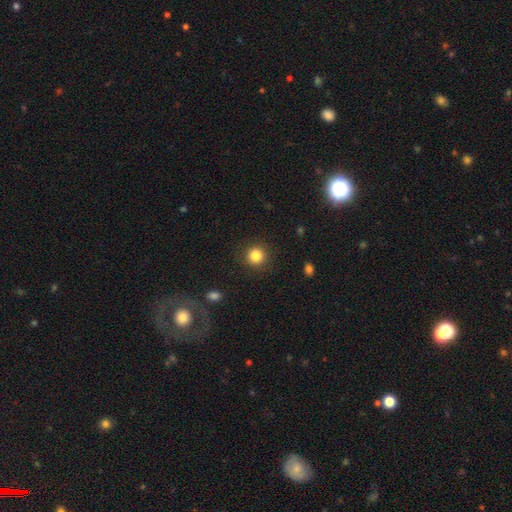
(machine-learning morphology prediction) smooth 84%, star or artifact 11%, featured or disk 5%. Down the decision tree: how rounded — round (93%); merging — none (90%).